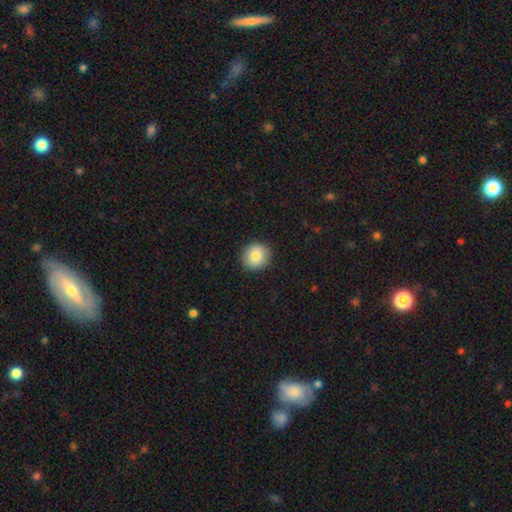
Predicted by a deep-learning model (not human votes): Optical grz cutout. It shows a smooth galaxy with no disk features (83%) that is round (88%). Merging: none (91%).